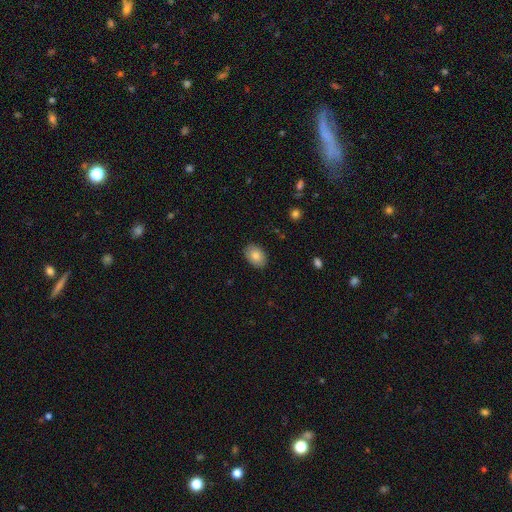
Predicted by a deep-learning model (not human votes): Smooth or featured: smooth — 83% (featured or disk — 10%)
How rounded: in between — 83% (round — 16%)
Merging: none — 88% (minor disturbance — 9%)